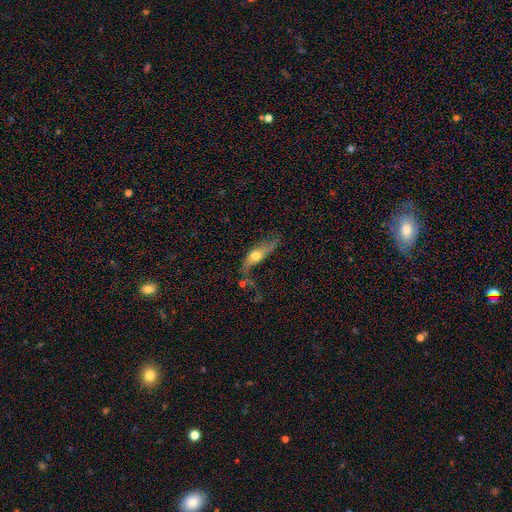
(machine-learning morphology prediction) Q: Smooth or featured?
A: featured or disk (56%); runner-up: smooth (35%)
Q: Edge-on disk?
A: no (64%); runner-up: yes (36%)
Q: Merging?
A: none (38%); runner-up: major disturbance (27%)